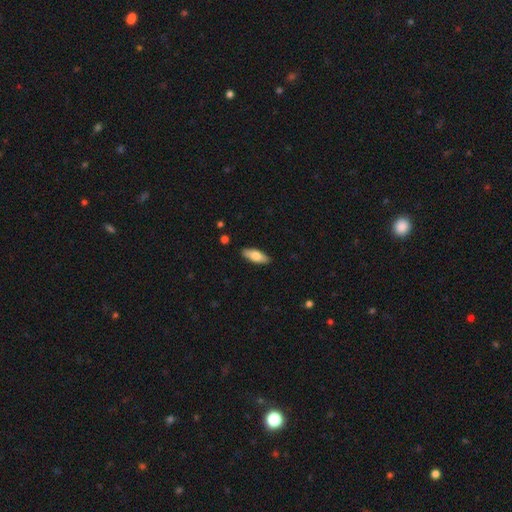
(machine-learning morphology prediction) Overall: smooth (71%). How rounded: in between (70%). Merging: none (89%).